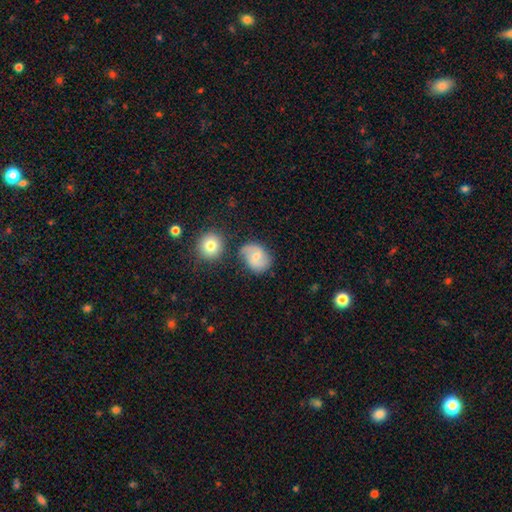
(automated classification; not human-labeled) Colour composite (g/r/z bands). It shows a featured or disk galaxy (52%) with no bar (47%), spiral arms (87%) and a small central bulge (47%). Merging: none (70%).